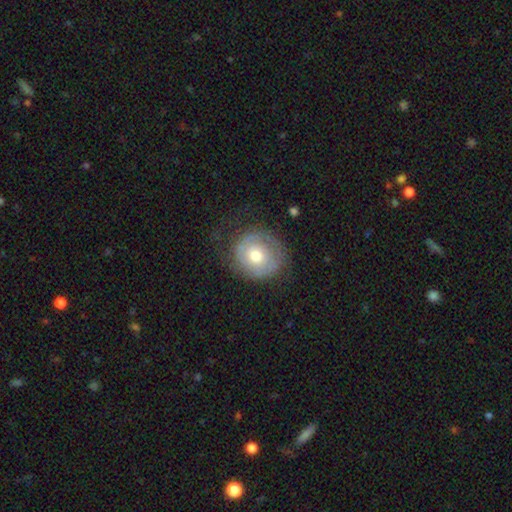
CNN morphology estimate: Smooth or featured? featured or disk (52%)
Edge-on disk? no (97%)
Bar? no (83%)
Spiral arms? yes (66%)
Bulge size? moderate (71%)
Merging? none (67%)